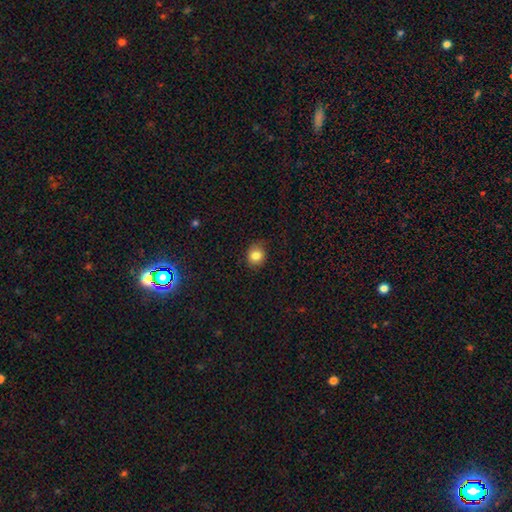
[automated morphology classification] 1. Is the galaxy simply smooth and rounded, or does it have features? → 84% smooth, 10% star or artifact, 6% featured or disk.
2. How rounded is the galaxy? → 75% round, 24% in between, 1% cigar-shaped.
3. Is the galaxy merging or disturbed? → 81% none, 15% minor disturbance, 3% major disturbance, 1% merger.